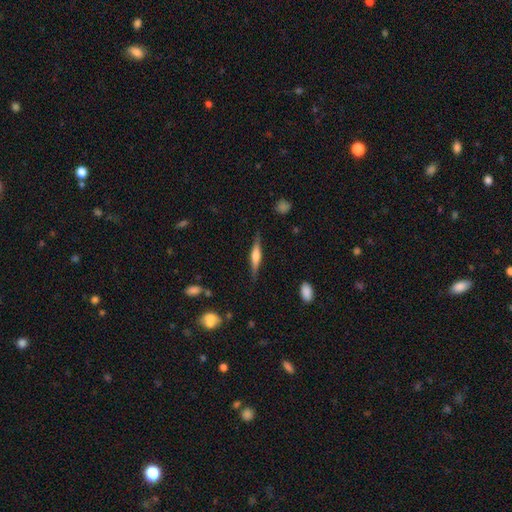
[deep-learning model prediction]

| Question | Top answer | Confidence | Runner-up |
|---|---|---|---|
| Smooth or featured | featured or disk | 62% | smooth (32%) |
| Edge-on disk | yes | 97% | no (3%) |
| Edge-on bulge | rounded | 77% | boxy (17%) |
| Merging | none | 84% | minor disturbance (11%) |